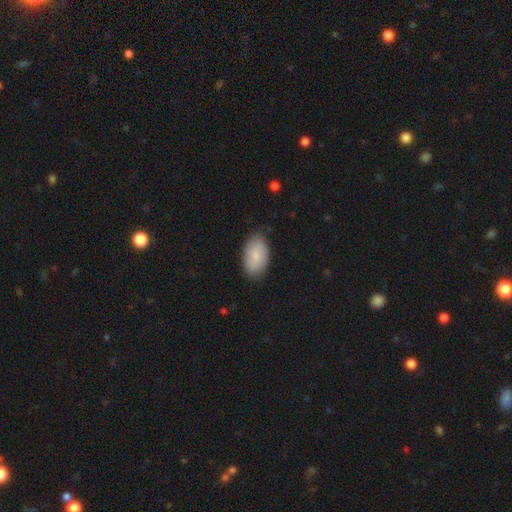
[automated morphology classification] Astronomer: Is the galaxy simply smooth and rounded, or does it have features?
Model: smooth — 80%.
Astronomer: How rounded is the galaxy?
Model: in between — 94%.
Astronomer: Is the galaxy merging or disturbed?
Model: none — 83%.